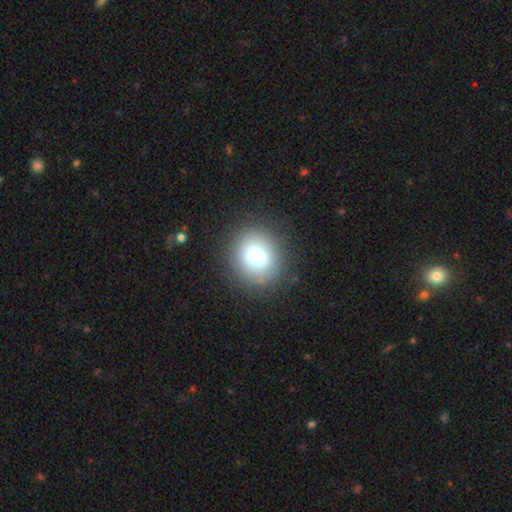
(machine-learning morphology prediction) smooth 75%, featured or disk 15%, star or artifact 10%. Down the decision tree: how rounded — round (73%); merging — none (77%).